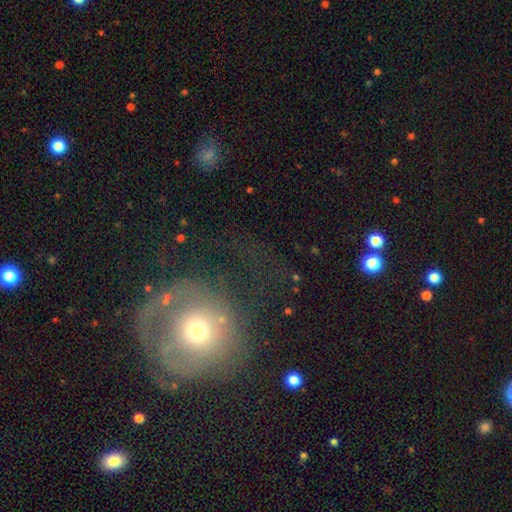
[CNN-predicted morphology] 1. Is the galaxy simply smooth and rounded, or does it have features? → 44% featured or disk, 38% smooth, 17% star or artifact.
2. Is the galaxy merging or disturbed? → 45% none, 33% major disturbance, 17% minor disturbance, 4% merger.